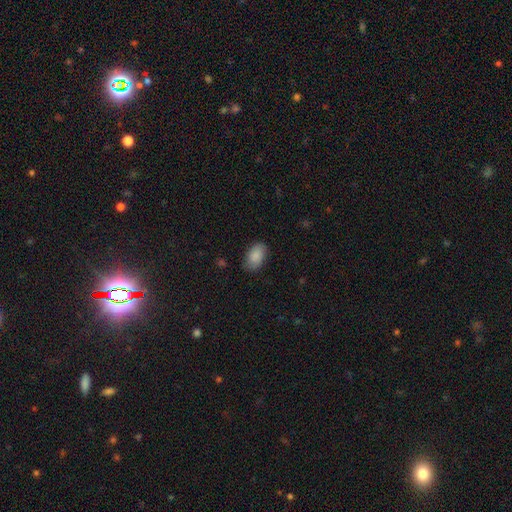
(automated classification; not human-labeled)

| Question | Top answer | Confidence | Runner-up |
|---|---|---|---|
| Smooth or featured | smooth | 86% | featured or disk (7%) |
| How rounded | in between | 93% | round (6%) |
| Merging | none | 79% | minor disturbance (16%) |